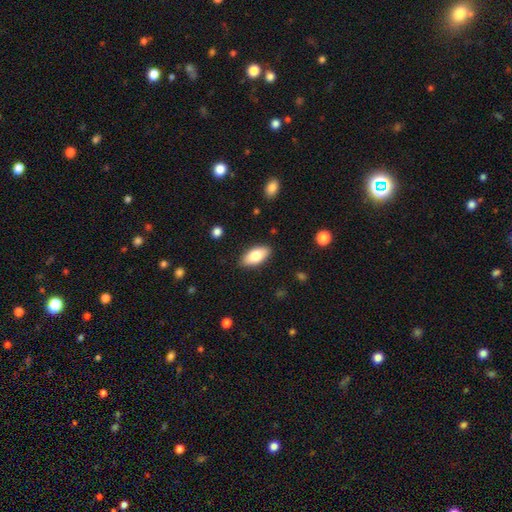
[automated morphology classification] smooth-or-featured: smooth: 79% | featured or disk: 15% | star or artifact: 6%
  how-rounded: in between: 90% | cigar-shaped: 8% | round: 2%
  merging: none: 87% | minor disturbance: 9% | major disturbance: 2% | merger: 1%